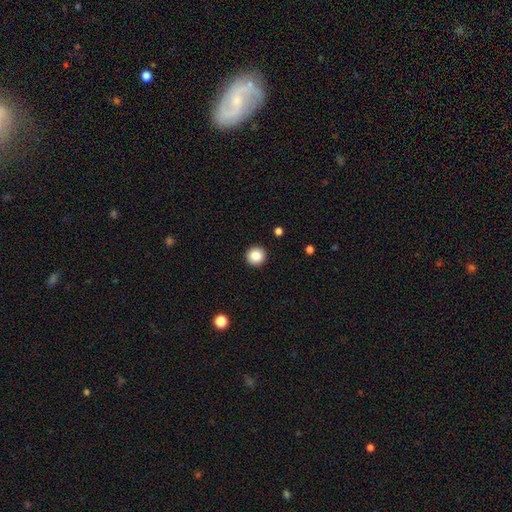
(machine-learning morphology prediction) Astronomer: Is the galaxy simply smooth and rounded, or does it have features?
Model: smooth — 86%.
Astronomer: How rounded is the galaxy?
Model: round — 95%.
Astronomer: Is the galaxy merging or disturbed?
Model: none — 93%.